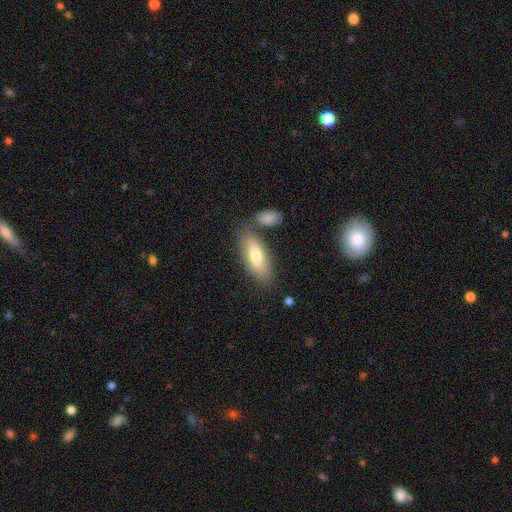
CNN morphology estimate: A smooth galaxy with no disk features (69%) that is in between round and cigar-shaped (75%).

Vote fractions:
- Smooth or featured? smooth: 69% / featured or disk: 24% / star or artifact: 6%
- How rounded? in between: 75% / cigar-shaped: 23% / round: 2%
- Merging? none: 70% / minor disturbance: 14% / merger: 13% / major disturbance: 4%